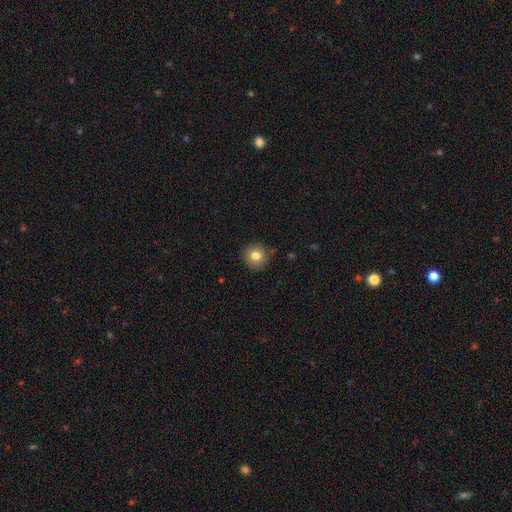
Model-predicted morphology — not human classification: Smooth or featured: smooth — 81% (star or artifact — 10%)
How rounded: round — 92% (in between — 7%)
Merging: none — 89% (minor disturbance — 8%)